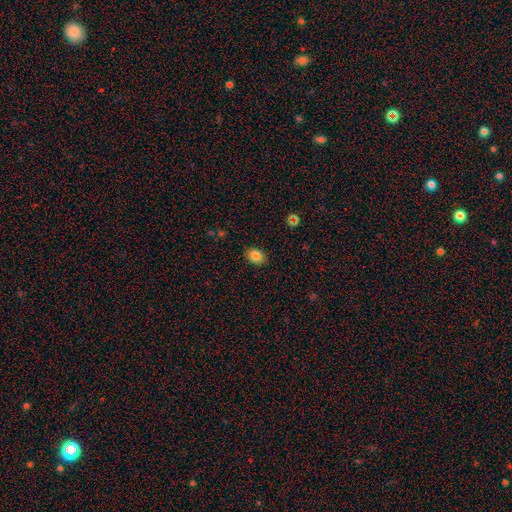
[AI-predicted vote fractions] The model was most divided on "how rounded": in between: 71%, round: 28%, cigar-shaped: 1%. More confident: merging — none (88%); smooth or featured — smooth (84%).